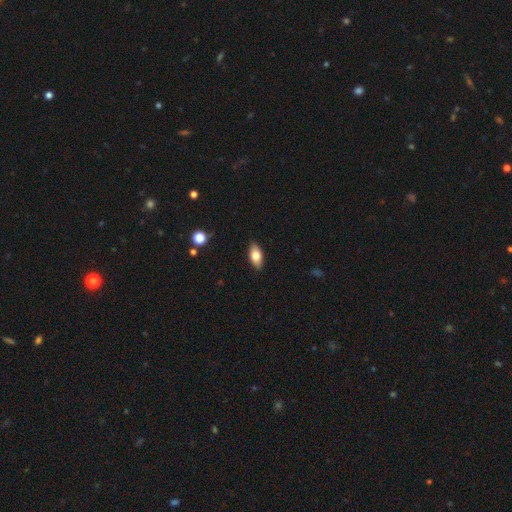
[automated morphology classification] smooth-or-featured: smooth: 74% | featured or disk: 19% | star or artifact: 7%
  how-rounded: in between: 88% | cigar-shaped: 9% | round: 4%
  merging: none: 87% | minor disturbance: 10% | major disturbance: 2% | merger: 1%